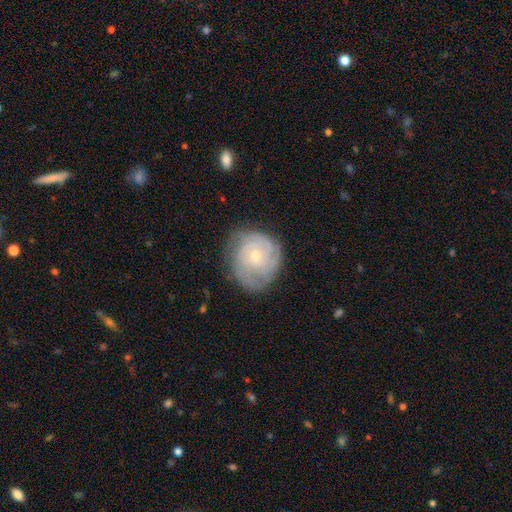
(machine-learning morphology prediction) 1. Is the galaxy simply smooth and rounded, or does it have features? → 75% featured or disk, 19% smooth, 7% star or artifact.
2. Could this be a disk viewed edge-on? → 98% no, 2% yes.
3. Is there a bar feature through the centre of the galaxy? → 79% no, 19% weak, 3% strong.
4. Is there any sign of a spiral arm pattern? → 92% yes, 8% no.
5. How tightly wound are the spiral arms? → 72% tight, 23% medium, 5% loose.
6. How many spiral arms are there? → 37% can't tell, 23% 3, 16% 2, 13% 4, 6% more than 4, 6% 1.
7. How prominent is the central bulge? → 73% small, 24% moderate, 1% none, 1% large, 1% dominant.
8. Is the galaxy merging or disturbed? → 72% none, 20% minor disturbance, 7% major disturbance, 1% merger.